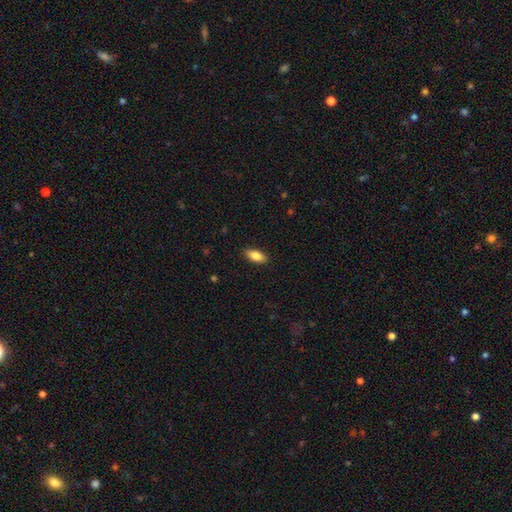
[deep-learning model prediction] A smooth galaxy with no disk features (83%) that is in between round and cigar-shaped (85%).

Vote fractions:
- Smooth or featured? smooth: 83% / featured or disk: 10% / star or artifact: 7%
- How rounded? in between: 85% / cigar-shaped: 13% / round: 2%
- Merging? none: 89% / minor disturbance: 8% / major disturbance: 2% / merger: 1%